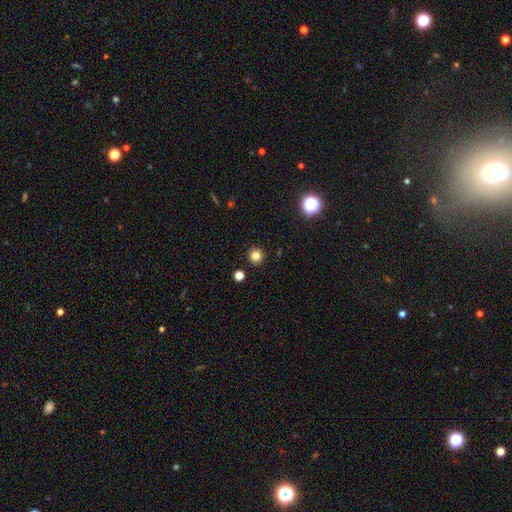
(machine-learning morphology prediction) The model was most divided on "smooth or featured": smooth: 81%, star or artifact: 14%, featured or disk: 5%. More confident: how rounded — round (94%); merging — none (92%).